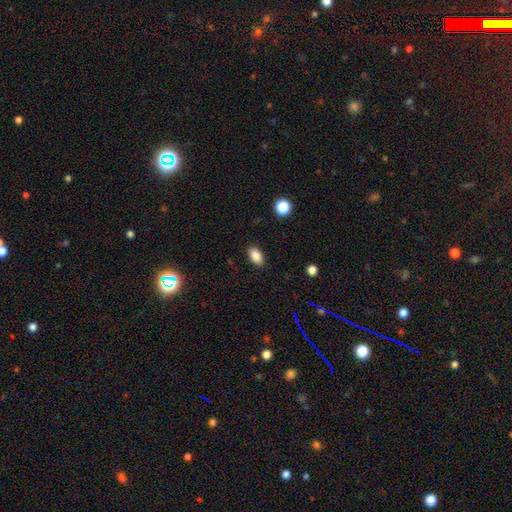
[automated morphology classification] Smooth or featured? Predicted: smooth (p=0.87). How rounded? Predicted: in between (p=0.91). Merging? Predicted: none (p=0.89).